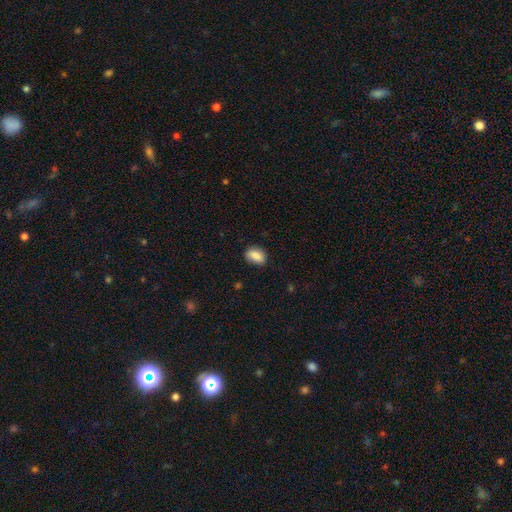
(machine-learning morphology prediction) The model was most divided on "merging": none: 78%, minor disturbance: 17%, major disturbance: 3%, merger: 1%. More confident: smooth or featured — smooth (87%); how rounded — in between (82%).